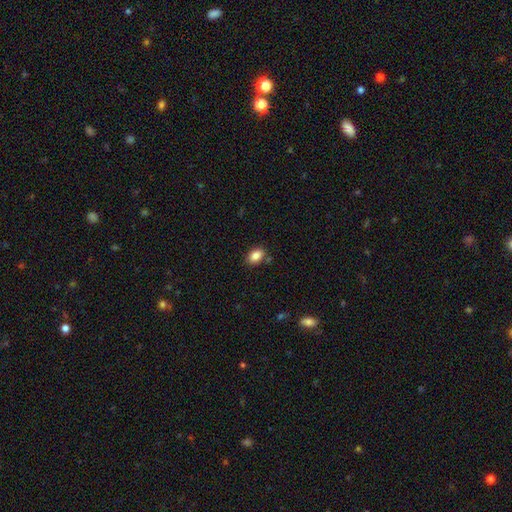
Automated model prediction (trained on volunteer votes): Q: Smooth or featured?
A: smooth (86%); runner-up: star or artifact (8%)
Q: How rounded?
A: in between (85%); runner-up: round (14%)
Q: Merging?
A: none (81%); runner-up: minor disturbance (12%)